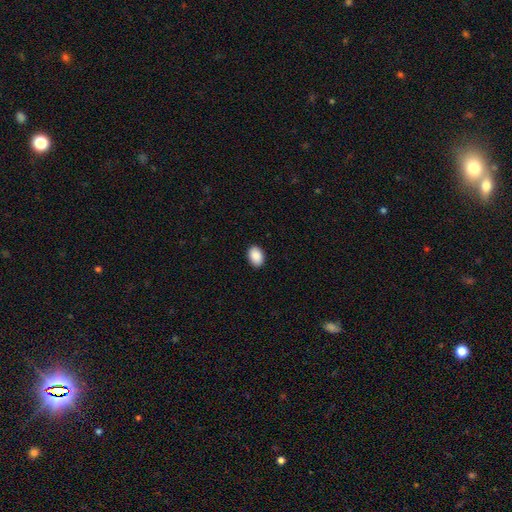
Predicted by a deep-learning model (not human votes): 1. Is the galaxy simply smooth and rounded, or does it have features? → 90% smooth, 7% star or artifact, 3% featured or disk.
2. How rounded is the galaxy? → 84% in between, 15% round, 1% cigar-shaped.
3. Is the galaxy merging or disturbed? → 91% none, 7% minor disturbance, 2% major disturbance, 1% merger.